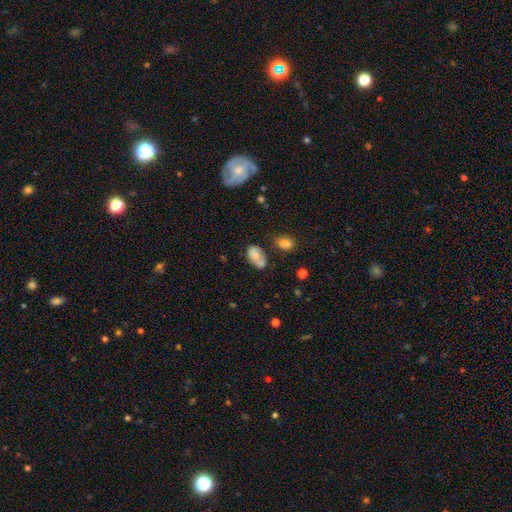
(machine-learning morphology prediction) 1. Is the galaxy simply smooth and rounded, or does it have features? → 70% smooth, 19% featured or disk, 10% star or artifact.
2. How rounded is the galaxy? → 85% in between, 13% round, 2% cigar-shaped.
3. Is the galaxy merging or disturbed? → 34% merger (tied), 34% none (tied), 21% minor disturbance, 11% major disturbance.